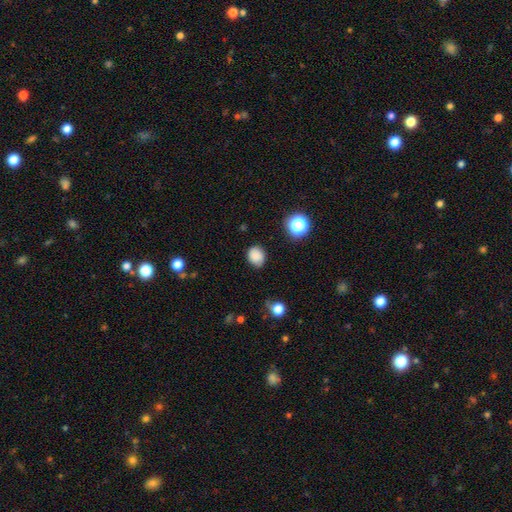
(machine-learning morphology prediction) Q: Smooth or featured?
A: smooth (83%); runner-up: star or artifact (11%)
Q: How rounded?
A: round (56%); runner-up: in between (43%)
Q: Merging?
A: none (77%); runner-up: minor disturbance (18%)